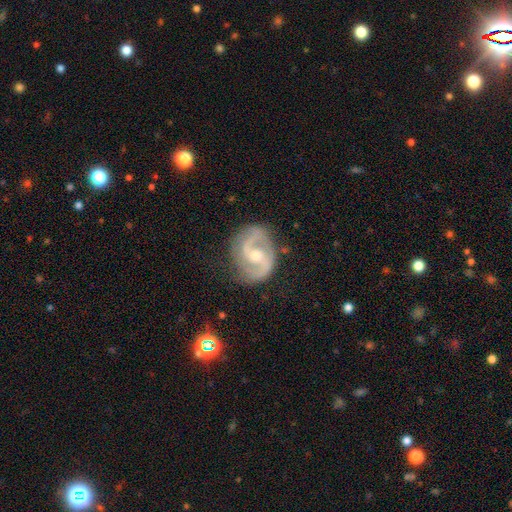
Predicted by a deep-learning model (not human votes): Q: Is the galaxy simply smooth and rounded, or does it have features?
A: featured or disk — 90%.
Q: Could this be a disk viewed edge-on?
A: no — 98%.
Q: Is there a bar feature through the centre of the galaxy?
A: weak — 48%.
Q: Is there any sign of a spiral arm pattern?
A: yes — 97%.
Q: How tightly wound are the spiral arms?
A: medium — 58%.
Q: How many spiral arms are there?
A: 2 — 92%.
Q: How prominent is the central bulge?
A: moderate — 55%.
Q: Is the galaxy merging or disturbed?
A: none — 78%.